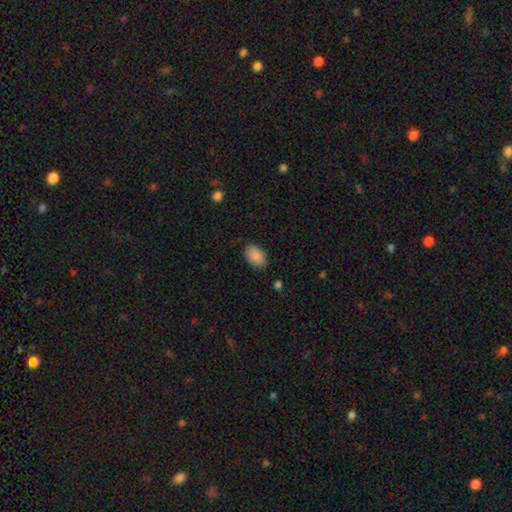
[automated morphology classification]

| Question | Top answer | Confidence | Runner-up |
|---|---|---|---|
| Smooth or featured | smooth | 89% | star or artifact (7%) |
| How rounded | in between | 92% | round (7%) |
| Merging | none | 83% | minor disturbance (12%) |